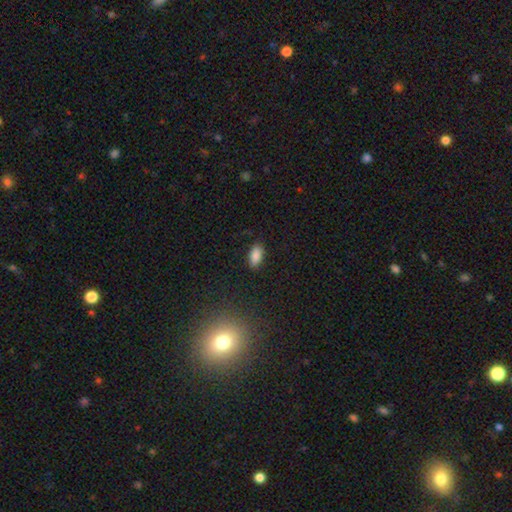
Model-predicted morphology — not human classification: Smooth or featured? smooth (86%)
How rounded? in between (91%)
Merging? none (85%)